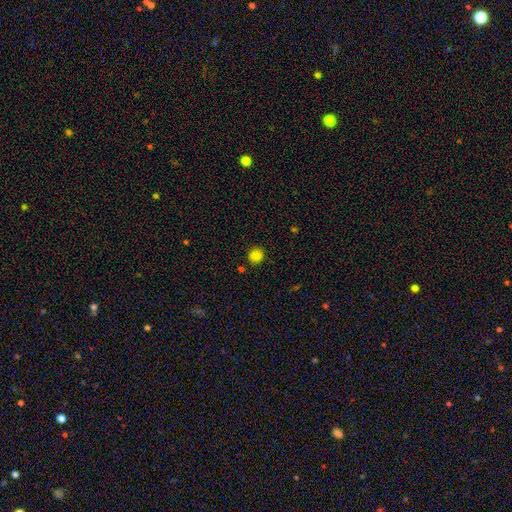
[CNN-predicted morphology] This appears to be a smooth galaxy with no disk features (84%) that is round (84%). Merging: none (87%).